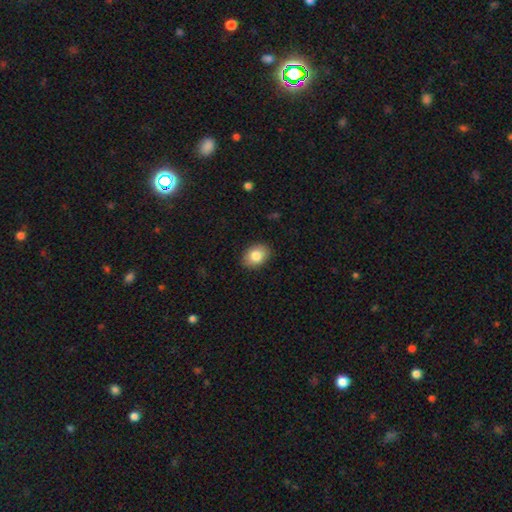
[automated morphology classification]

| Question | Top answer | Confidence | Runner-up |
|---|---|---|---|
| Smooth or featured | smooth | 83% | featured or disk (9%) |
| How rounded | in between | 70% | round (29%) |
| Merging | none | 88% | minor disturbance (9%) |